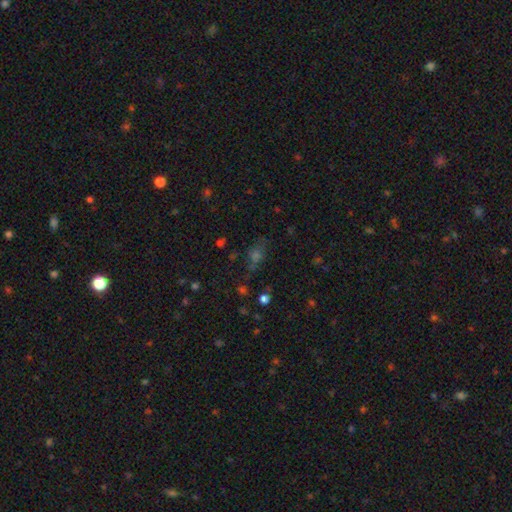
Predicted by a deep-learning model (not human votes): The model was most divided on "smooth or featured": star or artifact: 44%, smooth: 41%, featured or disk: 15%.